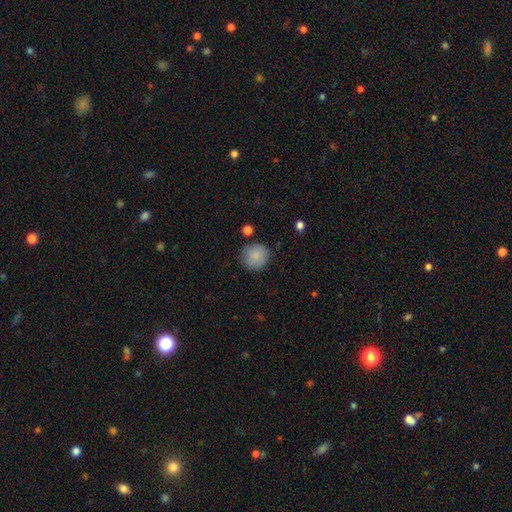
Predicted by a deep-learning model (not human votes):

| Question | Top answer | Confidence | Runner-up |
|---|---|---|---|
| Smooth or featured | smooth | 85% | featured or disk (8%) |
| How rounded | round | 90% | in between (9%) |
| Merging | none | 77% | minor disturbance (16%) |